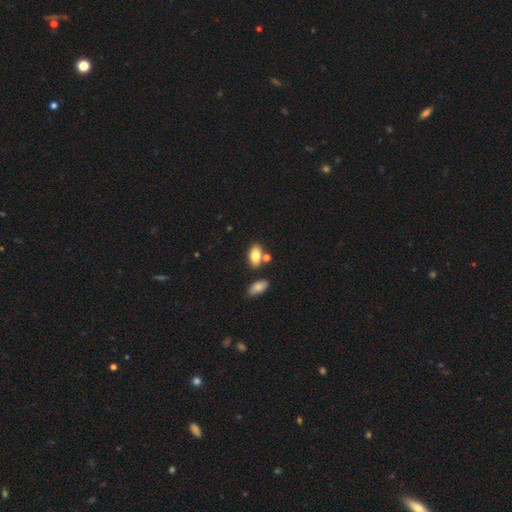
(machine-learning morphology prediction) A smooth galaxy with no disk features (78%) that is in between round and cigar-shaped (89%).

Vote fractions:
- Smooth or featured? smooth: 78% / featured or disk: 15% / star or artifact: 8%
- How rounded? in between: 89% / round: 7% / cigar-shaped: 4%
- Merging? none: 66% / merger: 19% / minor disturbance: 12% / major disturbance: 3%